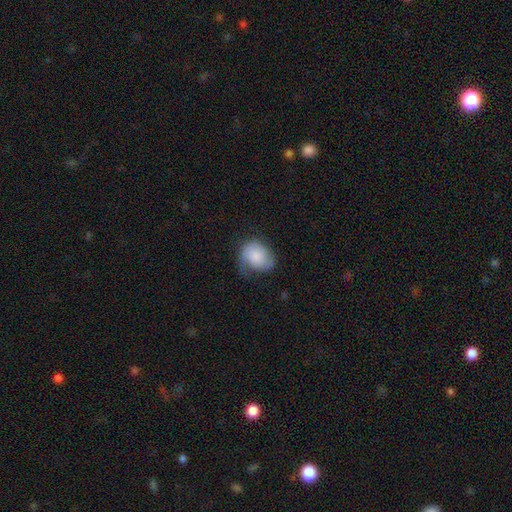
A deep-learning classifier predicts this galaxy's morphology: smooth 70%, featured or disk 23%, star or artifact 7%. Down the decision tree: how rounded — in between (52%); merging — none (43%).